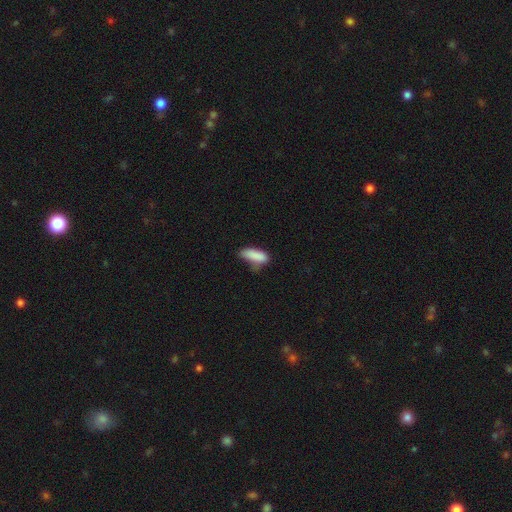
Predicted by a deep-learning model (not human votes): A smooth galaxy with no disk features (86%) that is in between round and cigar-shaped (65%). Merging: none (47%).